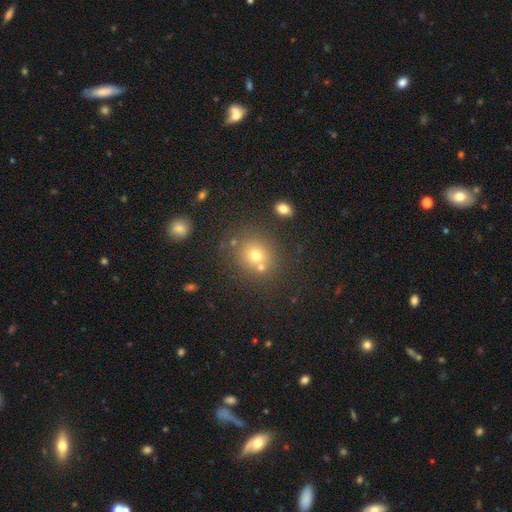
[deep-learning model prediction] Overall: smooth (69%). How rounded: round (84%). Merging: none (70%).